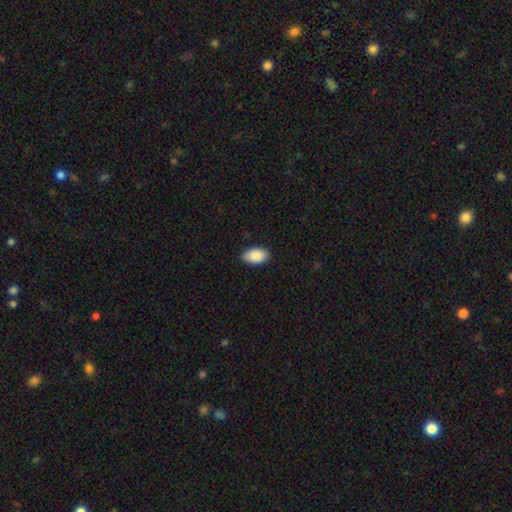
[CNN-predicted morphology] The model was most divided on "merging": none: 84%, minor disturbance: 13%, major disturbance: 2%, merger: 1%. More confident: how rounded — in between (94%); smooth or featured — smooth (90%).